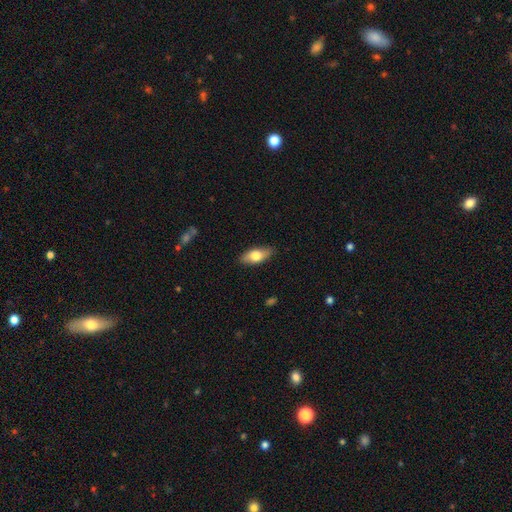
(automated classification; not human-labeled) Q: Smooth or featured?
A: smooth (72%); runner-up: featured or disk (22%)
Q: How rounded?
A: in between (84%); runner-up: cigar-shaped (13%)
Q: Merging?
A: none (85%); runner-up: minor disturbance (12%)